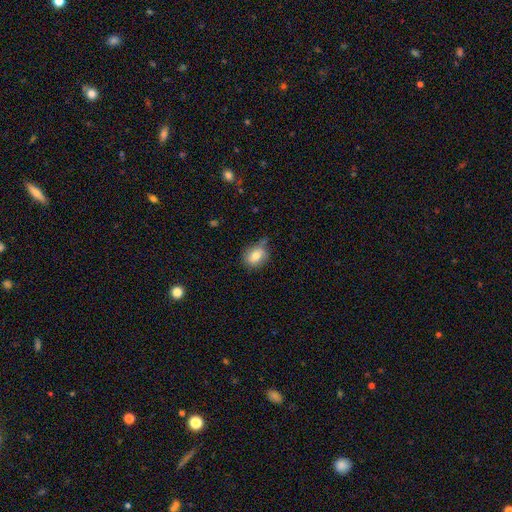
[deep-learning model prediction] Q: Smooth or featured?
A: smooth (77%); runner-up: featured or disk (15%)
Q: How rounded?
A: in between (57%); runner-up: round (42%)
Q: Merging?
A: none (58%); runner-up: minor disturbance (31%)